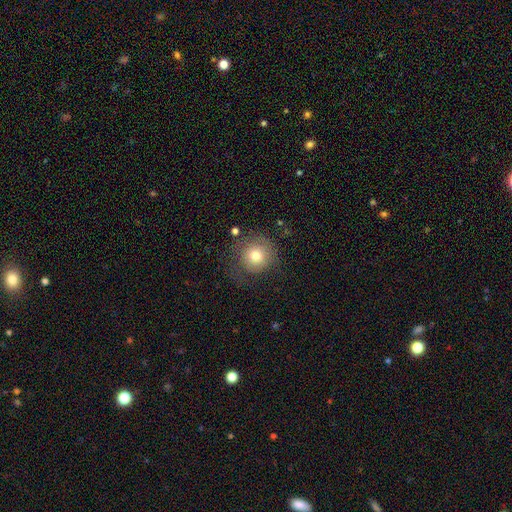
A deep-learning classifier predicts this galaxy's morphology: smooth-or-featured: smooth: 74% | featured or disk: 16% | star or artifact: 10%
  how-rounded: round: 92% | in between: 7% | cigar-shaped: 1%
  merging: none: 66% | minor disturbance: 18% | major disturbance: 13% | merger: 2%